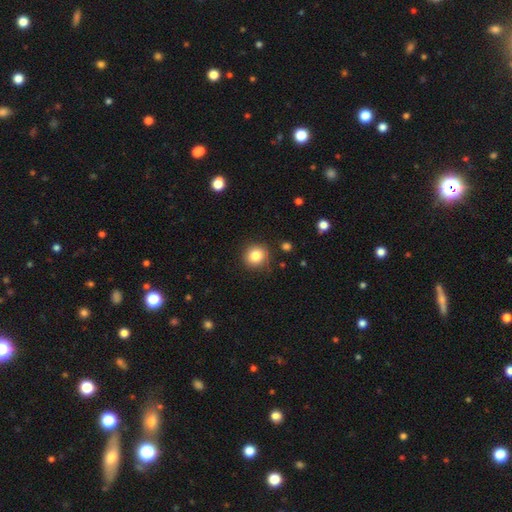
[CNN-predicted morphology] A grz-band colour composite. It shows a smooth galaxy with no disk features (83%) that is round (90%). Merging: none (87%).